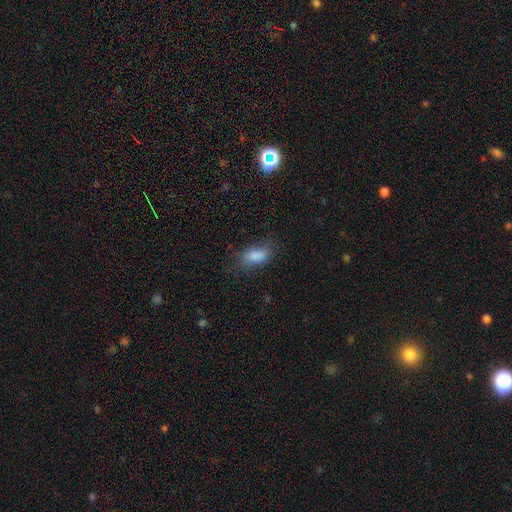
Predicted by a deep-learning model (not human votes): The model was most divided on "merging": none: 65%, minor disturbance: 22%, major disturbance: 12%, merger: 2%. More confident: how rounded — in between (88%); smooth or featured — smooth (84%).